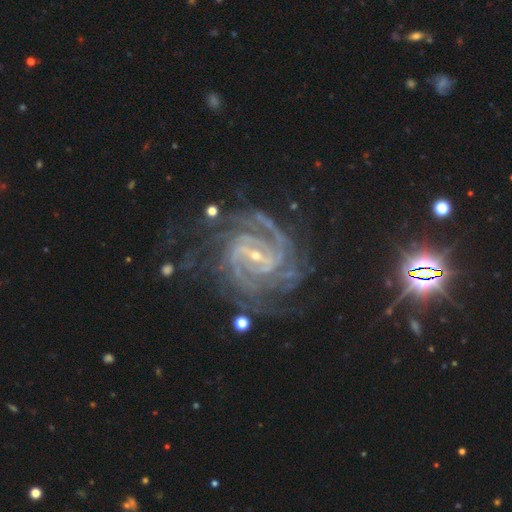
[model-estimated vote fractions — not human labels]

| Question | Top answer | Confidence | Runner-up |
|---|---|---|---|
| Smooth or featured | featured or disk | 92% | star or artifact (5%) |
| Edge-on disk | no | 98% | yes (2%) |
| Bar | strong | 44% | weak (41%) |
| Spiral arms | yes | 99% | no (1%) |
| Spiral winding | tight | 62% | medium (33%) |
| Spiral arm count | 2 | 28% | 4 (19%) |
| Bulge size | small | 79% | moderate (17%) |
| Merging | none | 69% | minor disturbance (17%) |